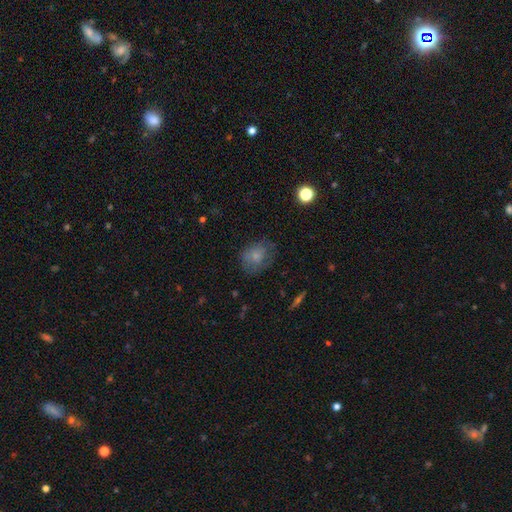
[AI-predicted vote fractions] smooth 72%, featured or disk 18%, star or artifact 10%. Down the decision tree: how rounded — round (51%); merging — none (60%).